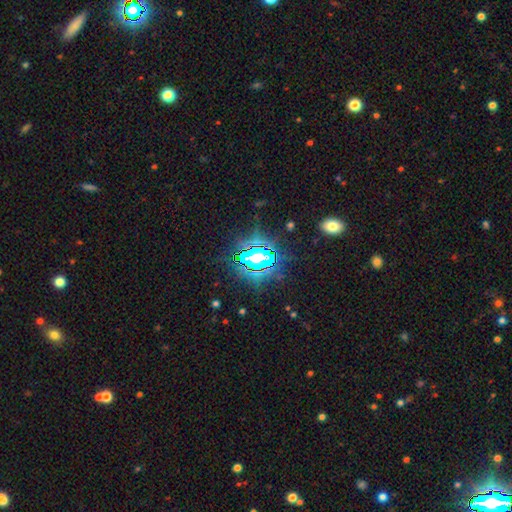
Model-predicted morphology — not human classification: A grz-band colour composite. It shows a star or artifact, not a galaxy (80%).